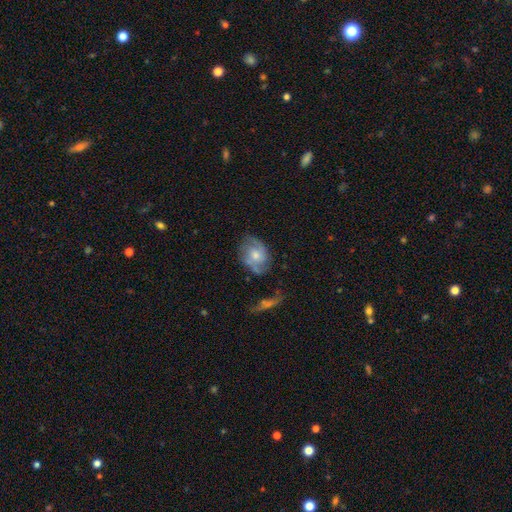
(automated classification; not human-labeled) Q: Smooth or featured?
A: featured or disk (64%); runner-up: smooth (29%)
Q: Edge-on disk?
A: no (96%); runner-up: yes (4%)
Q: Bar?
A: no (70%); runner-up: weak (26%)
Q: Spiral arms?
A: yes (86%); runner-up: no (14%)
Q: Spiral winding?
A: medium (46%); runner-up: tight (34%)
Q: Spiral arm count?
A: 2 (62%); runner-up: can't tell (19%)
Q: Bulge size?
A: moderate (57%); runner-up: small (32%)
Q: Merging?
A: none (65%); runner-up: minor disturbance (23%)